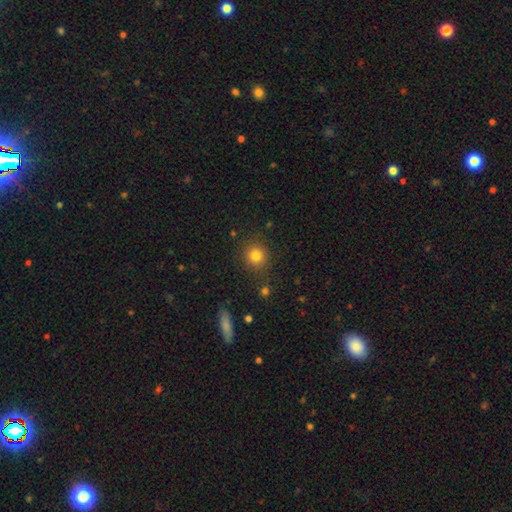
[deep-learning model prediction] This appears to be a smooth galaxy with no disk features (81%) that is round (90%). Merging: none (87%).